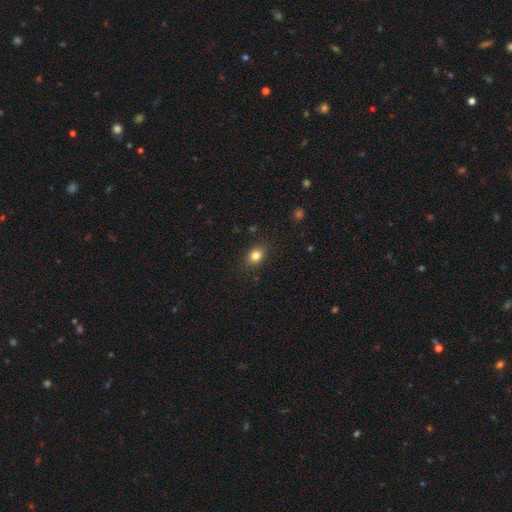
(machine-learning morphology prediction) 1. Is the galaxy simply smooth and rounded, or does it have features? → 83% smooth, 10% star or artifact, 7% featured or disk.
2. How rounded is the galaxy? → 67% in between, 31% round, 1% cigar-shaped.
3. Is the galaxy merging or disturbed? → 86% none, 10% minor disturbance, 3% major disturbance, 1% merger.